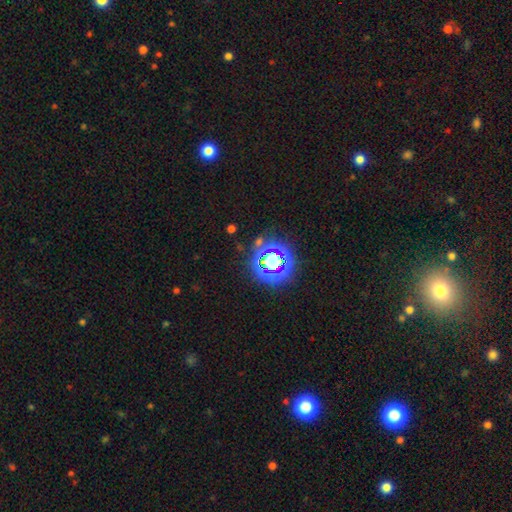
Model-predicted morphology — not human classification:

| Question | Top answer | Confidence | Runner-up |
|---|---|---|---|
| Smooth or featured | star or artifact | 77% | smooth (15%) |